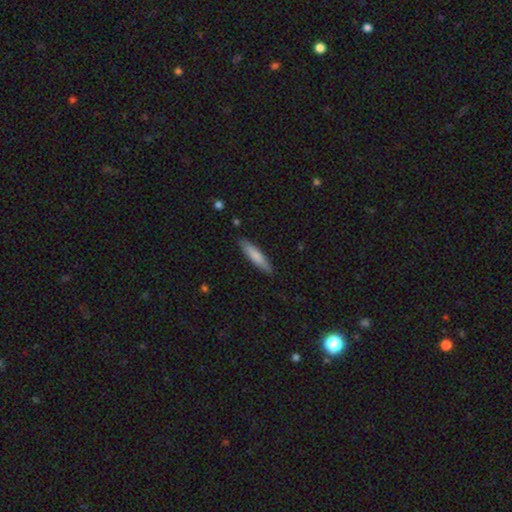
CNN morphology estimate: Smooth or featured? smooth (79%)
How rounded? cigar-shaped (82%)
Merging? none (87%)